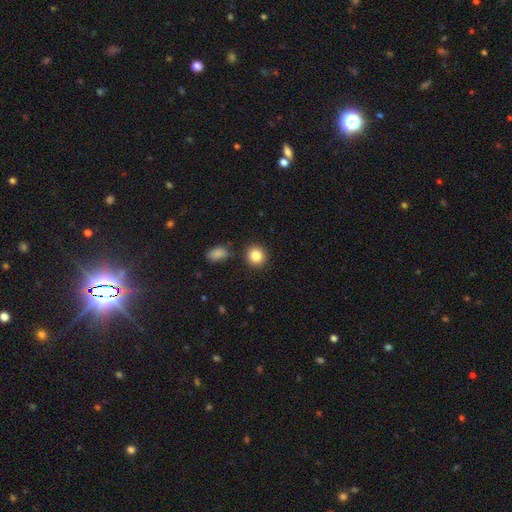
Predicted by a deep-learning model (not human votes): smooth_or_featured: smooth (p=0.85) [alt: star or artifact p=0.09]
how_rounded: round (p=0.88) [alt: in between p=0.11]
merging: none (p=0.87) [alt: minor disturbance p=0.07]